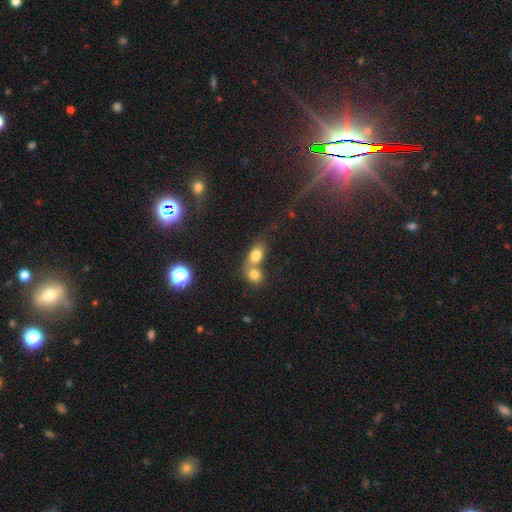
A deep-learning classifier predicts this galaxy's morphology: This appears to be a smooth galaxy with no disk features (78%) that is in between round and cigar-shaped (64%). Merging: merger (63%).